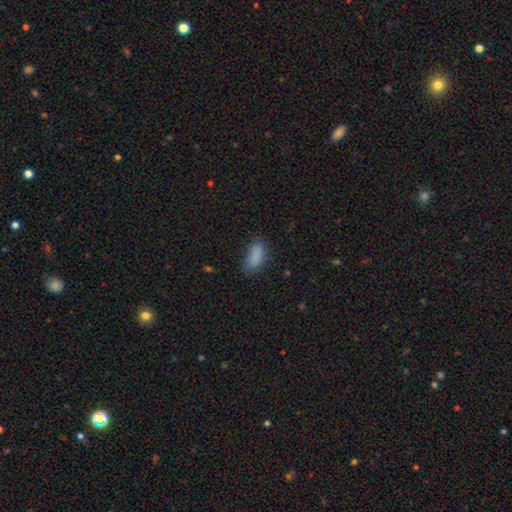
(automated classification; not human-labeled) Morphology: type=smooth (86%); roundness=in between (83%); merging=none (68%).